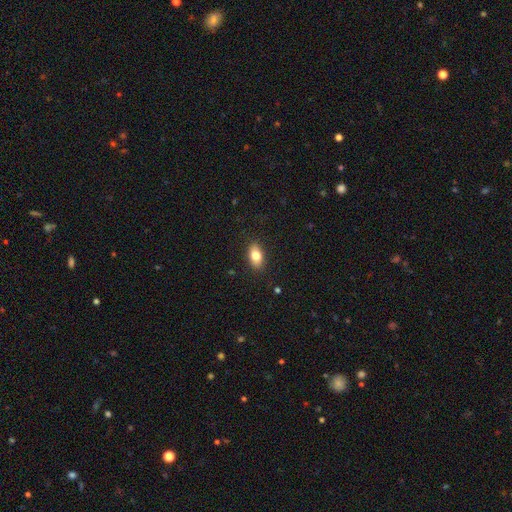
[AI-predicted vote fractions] A smooth galaxy with no disk features (79%) that is in between round and cigar-shaped (88%).

Vote fractions:
- Smooth or featured? smooth: 79% / featured or disk: 13% / star or artifact: 8%
- How rounded? in between: 88% / round: 7% / cigar-shaped: 4%
- Merging? none: 88% / minor disturbance: 9% / major disturbance: 2% / merger: 1%